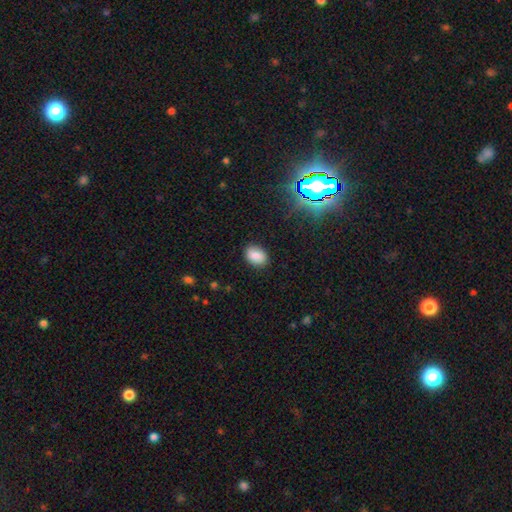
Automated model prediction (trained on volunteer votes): Overall: smooth (83%). How rounded: in between (77%). Merging: none (85%).